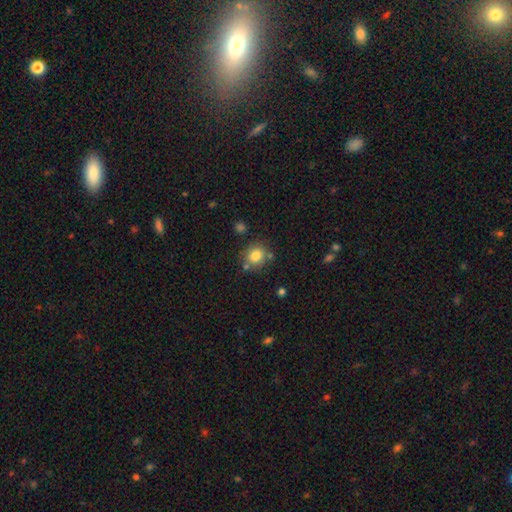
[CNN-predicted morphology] Q: Smooth or featured?
A: smooth (81%); runner-up: star or artifact (11%)
Q: How rounded?
A: round (80%); runner-up: in between (19%)
Q: Merging?
A: none (74%); runner-up: minor disturbance (13%)